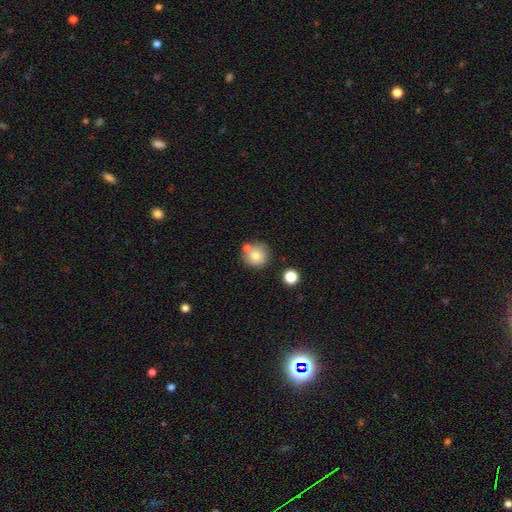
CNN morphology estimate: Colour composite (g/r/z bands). It shows a smooth galaxy with no disk features (79%) that is round (92%). Merging: none (70%).